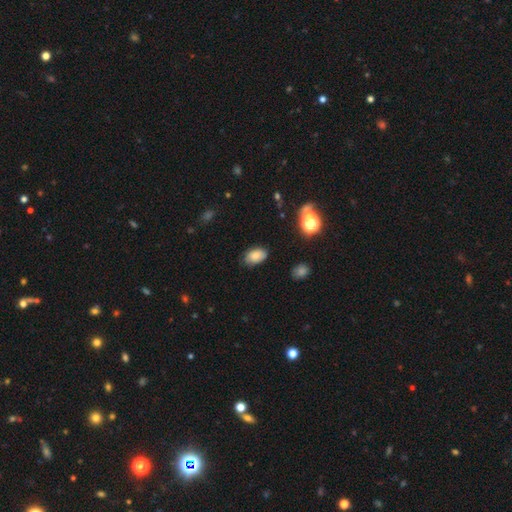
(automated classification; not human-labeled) Smooth or featured? Predicted: smooth (p=0.78). How rounded? Predicted: in between (p=0.89). Merging? Predicted: none (p=0.73).